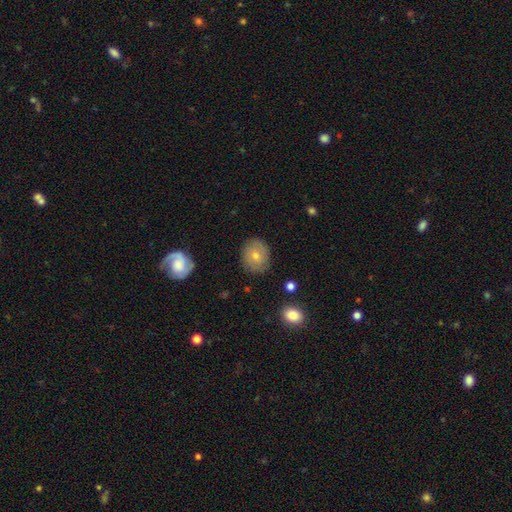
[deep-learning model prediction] smooth-or-featured: smooth: 65% | featured or disk: 26% | star or artifact: 9%
  how-rounded: round: 68% | in between: 31% | cigar-shaped: 1%
  merging: none: 83% | minor disturbance: 13% | major disturbance: 3% | merger: 1%